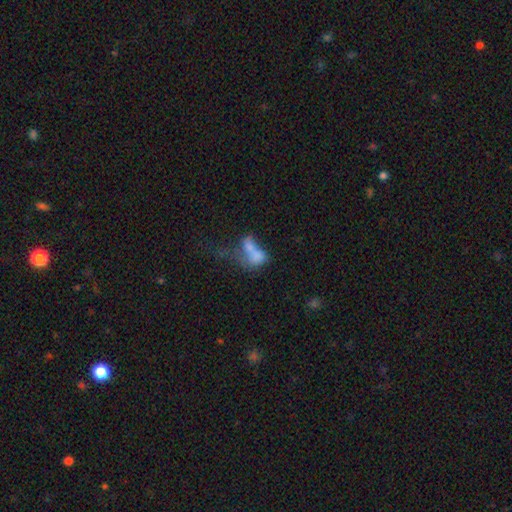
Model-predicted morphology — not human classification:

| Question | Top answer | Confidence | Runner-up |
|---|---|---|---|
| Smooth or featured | smooth | 62% | featured or disk (25%) |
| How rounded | in between | 80% | round (14%) |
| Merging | merger | 58% | major disturbance (21%) |